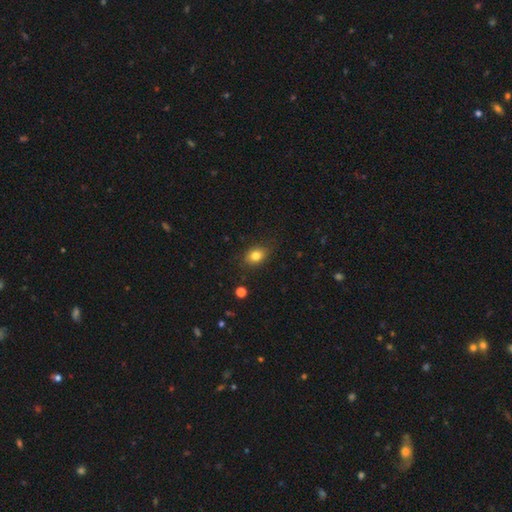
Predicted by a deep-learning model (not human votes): smooth 81%, star or artifact 11%, featured or disk 8%. Down the decision tree: how rounded — in between (67%); merging — none (83%).